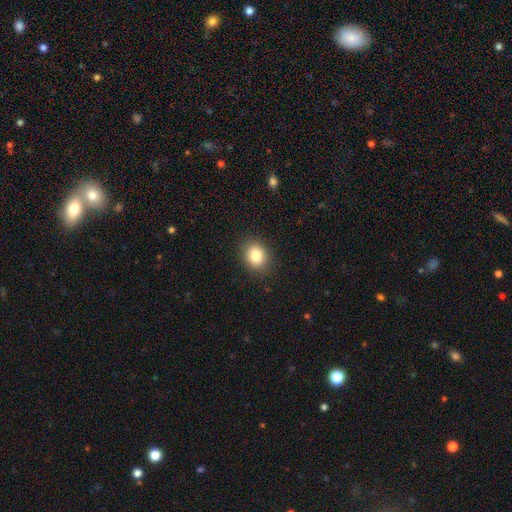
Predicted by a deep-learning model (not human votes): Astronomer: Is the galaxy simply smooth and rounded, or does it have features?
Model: smooth — 83%.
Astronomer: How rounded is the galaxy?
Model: round — 56% (runner-up: in between, 43%).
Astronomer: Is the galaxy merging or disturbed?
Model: none — 89%.